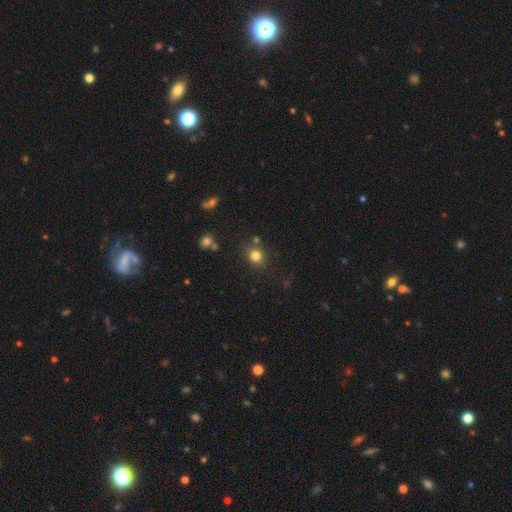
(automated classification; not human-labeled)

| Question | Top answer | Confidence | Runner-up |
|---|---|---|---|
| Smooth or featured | smooth | 79% | star or artifact (14%) |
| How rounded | round | 81% | in between (18%) |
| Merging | none | 79% | minor disturbance (10%) |